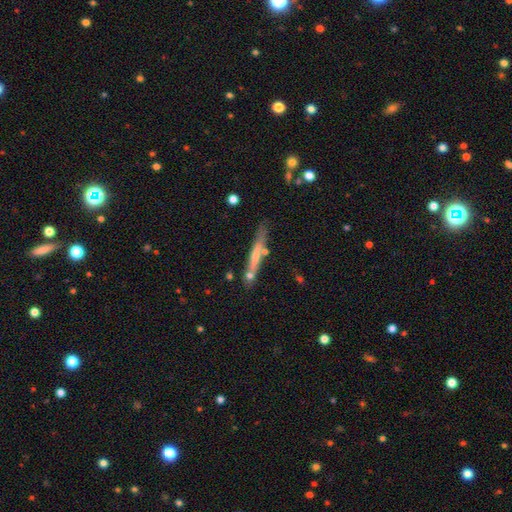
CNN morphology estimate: type=smooth (50%); roundness=cigar-shaped (94%); merging=none (72%).